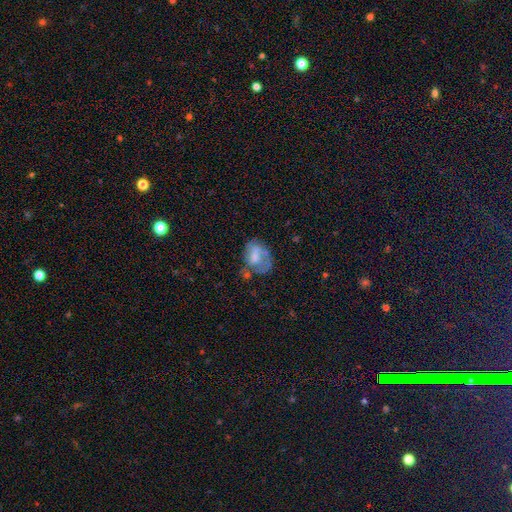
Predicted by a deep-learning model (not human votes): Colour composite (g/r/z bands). It shows a smooth galaxy with no disk features (47%). Merging: none (37%).